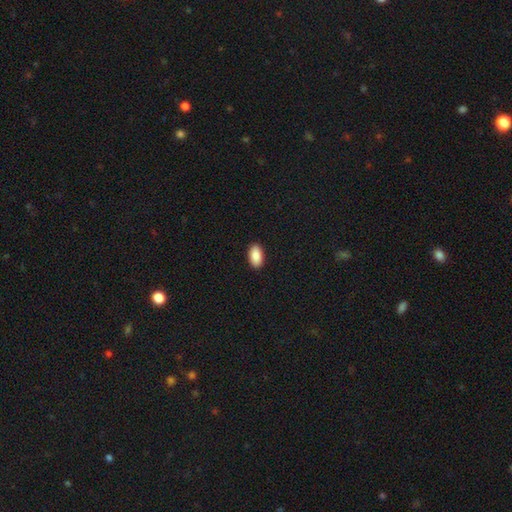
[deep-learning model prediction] This appears to be a smooth galaxy with no disk features (90%) that is in between round and cigar-shaped (94%). Merging: none (91%).